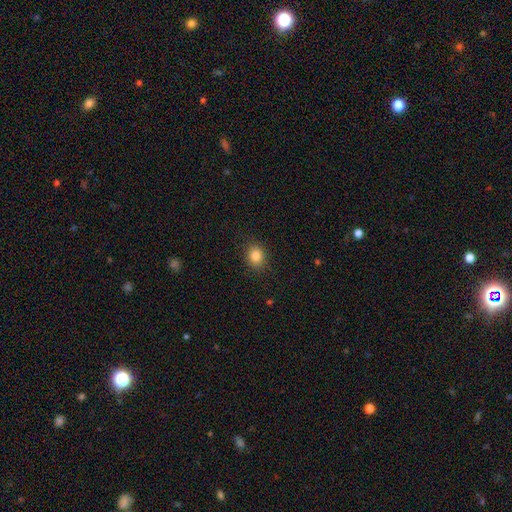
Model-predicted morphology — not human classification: The model was most divided on "how rounded": round: 64%, in between: 35%, cigar-shaped: 1%. More confident: merging — none (88%); smooth or featured — smooth (84%).